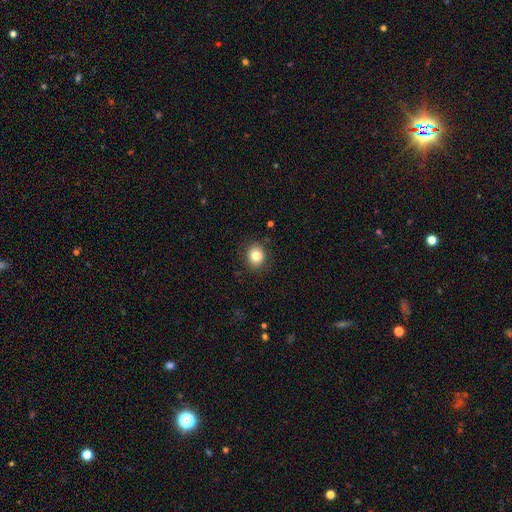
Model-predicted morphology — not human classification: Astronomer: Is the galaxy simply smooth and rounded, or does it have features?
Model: smooth — 82%.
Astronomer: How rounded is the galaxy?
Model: round — 64%.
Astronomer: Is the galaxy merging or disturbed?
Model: none — 85%.